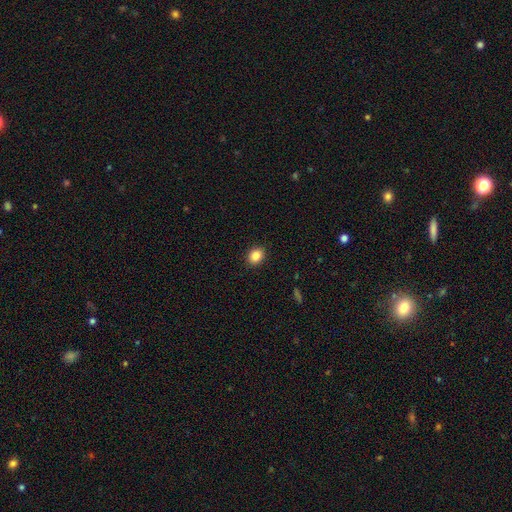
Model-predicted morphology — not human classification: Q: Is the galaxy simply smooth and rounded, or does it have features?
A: smooth — 86%.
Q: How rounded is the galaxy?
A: in between — 54%.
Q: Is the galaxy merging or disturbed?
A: none — 90%.